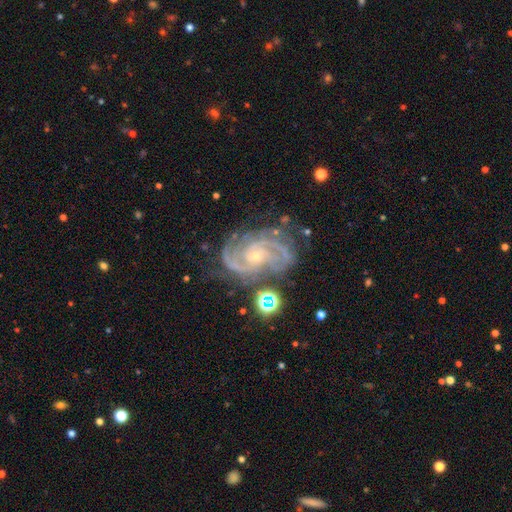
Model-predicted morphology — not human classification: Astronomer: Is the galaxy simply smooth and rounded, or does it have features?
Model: featured or disk — 90%.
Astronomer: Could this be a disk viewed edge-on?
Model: no — 97%.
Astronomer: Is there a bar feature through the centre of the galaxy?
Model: no — 66%.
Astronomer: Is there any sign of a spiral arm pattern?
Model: yes — 98%.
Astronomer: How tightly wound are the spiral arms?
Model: tight — 62%.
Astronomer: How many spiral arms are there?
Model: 2 — 34% (runner-up: 3, 30%).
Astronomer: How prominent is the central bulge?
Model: small — 74%.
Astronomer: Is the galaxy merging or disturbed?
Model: none — 71%.